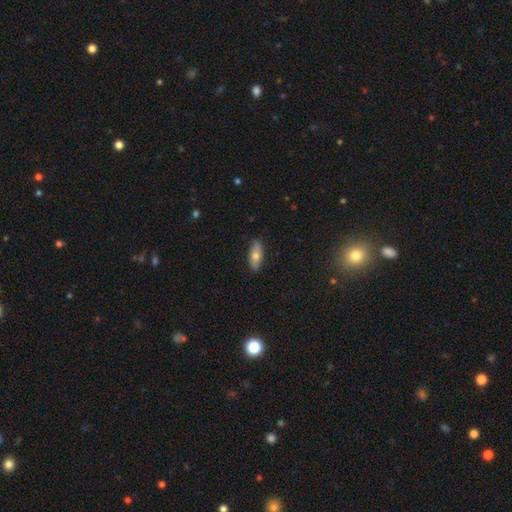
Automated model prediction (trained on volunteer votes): smooth 72%, featured or disk 22%, star or artifact 6%. Down the decision tree: how rounded — in between (74%); merging — none (87%).